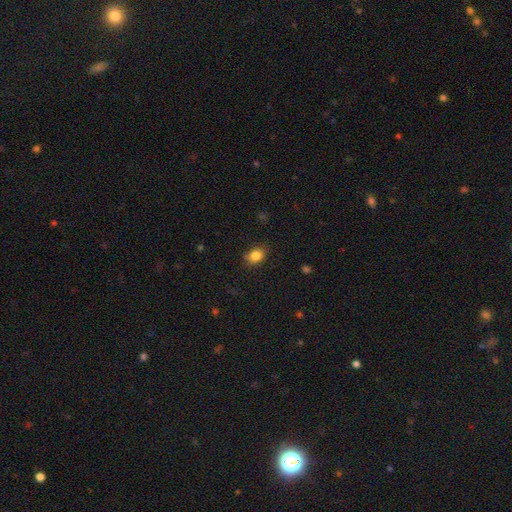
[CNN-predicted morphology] Smooth or featured? Predicted: smooth (p=0.84). How rounded? Predicted: in between (p=0.68). Merging? Predicted: none (p=0.82).